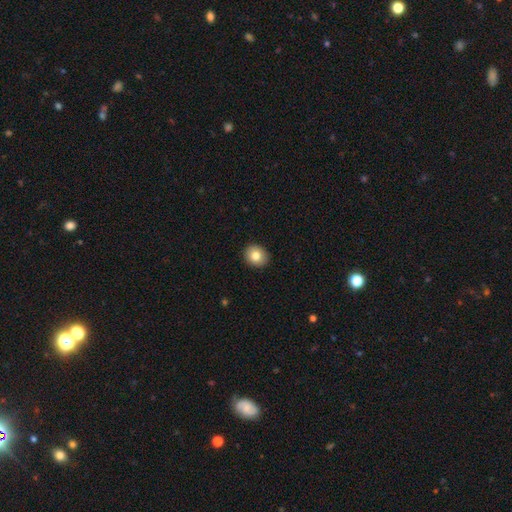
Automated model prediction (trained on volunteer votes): Overall: smooth (82%). How rounded: round (72%). Merging: none (91%).